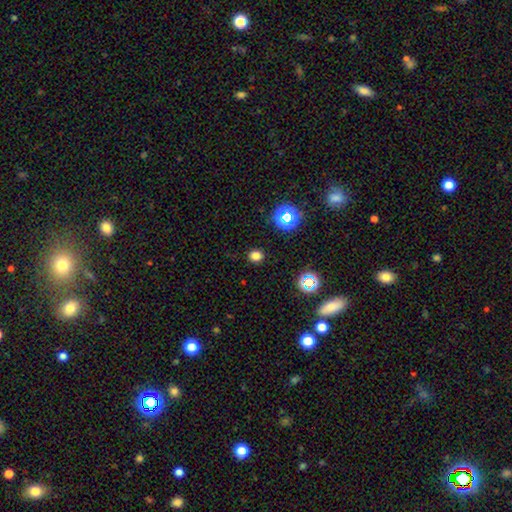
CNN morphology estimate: Q: Smooth or featured?
A: smooth (76%); runner-up: star or artifact (19%)
Q: How rounded?
A: round (79%); runner-up: in between (20%)
Q: Merging?
A: none (90%); runner-up: minor disturbance (7%)